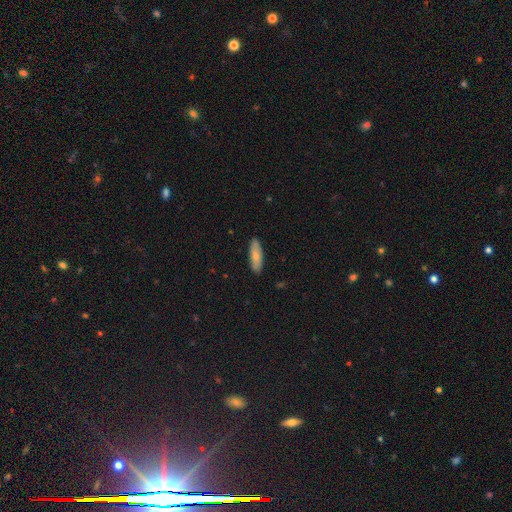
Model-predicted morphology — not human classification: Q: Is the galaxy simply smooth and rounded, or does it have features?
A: smooth — 75%.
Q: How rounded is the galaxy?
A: in between — 50%.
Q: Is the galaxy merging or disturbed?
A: none — 88%.